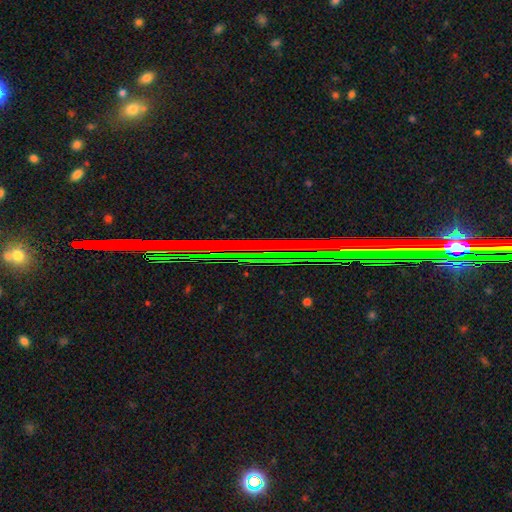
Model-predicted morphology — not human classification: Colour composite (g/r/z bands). It shows a star or artifact, not a galaxy (79%).